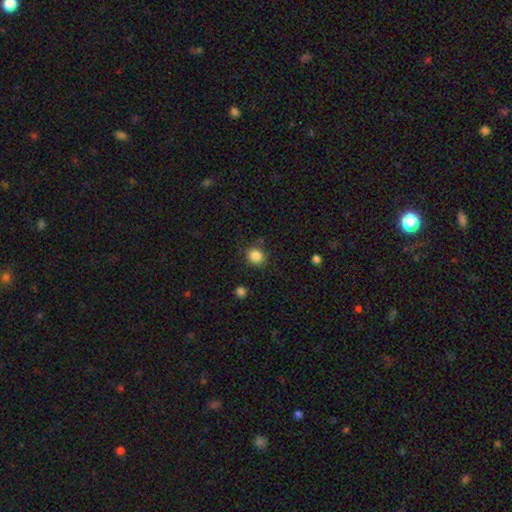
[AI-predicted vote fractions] Smooth or featured: smooth — 86% (star or artifact — 10%)
How rounded: round — 80% (in between — 19%)
Merging: none — 83% (minor disturbance — 11%)